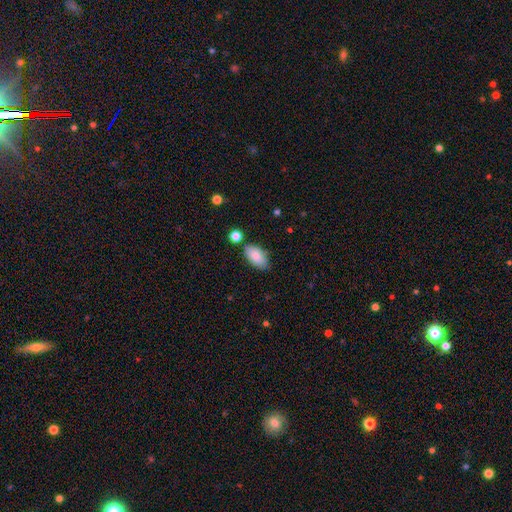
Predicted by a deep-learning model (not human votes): Morphology: type=smooth (84%); roundness=in between (93%); merging=none (77%).